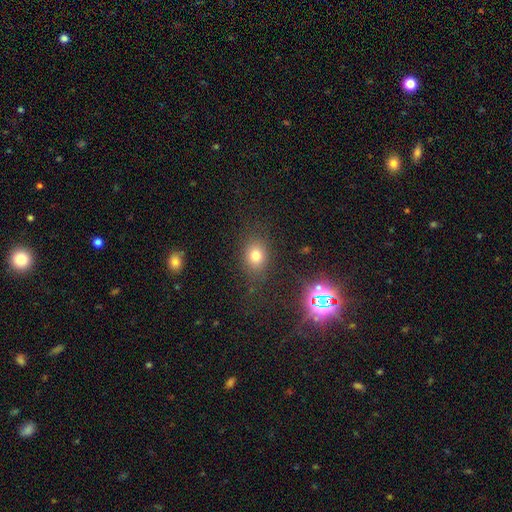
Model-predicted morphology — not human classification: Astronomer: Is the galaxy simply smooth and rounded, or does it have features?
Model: smooth — 73%.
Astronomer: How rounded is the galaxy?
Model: round — 52% (runner-up: in between, 47%).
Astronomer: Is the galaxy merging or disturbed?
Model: none — 80%.